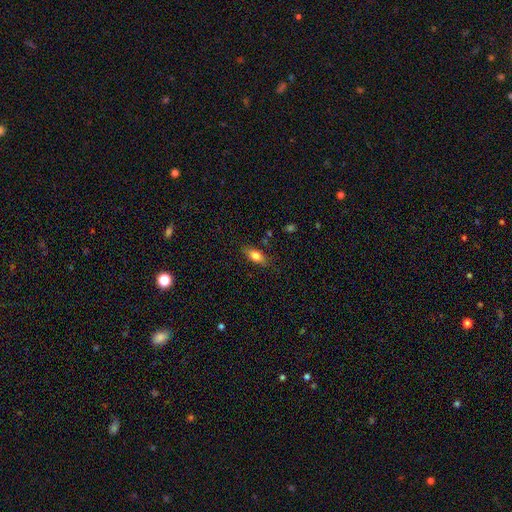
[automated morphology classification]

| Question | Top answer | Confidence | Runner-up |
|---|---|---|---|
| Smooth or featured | smooth | 77% | featured or disk (15%) |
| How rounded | in between | 78% | cigar-shaped (17%) |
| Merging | none | 80% | minor disturbance (15%) |